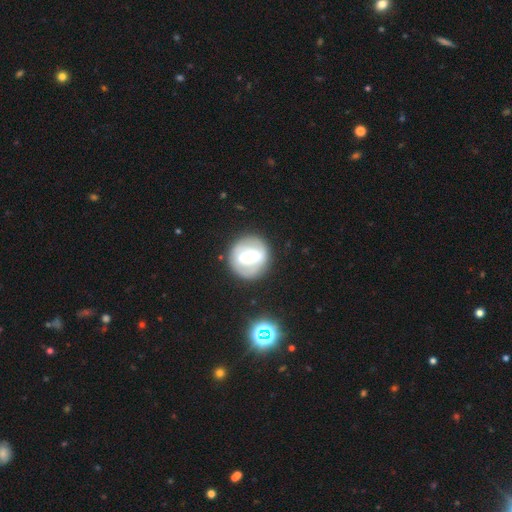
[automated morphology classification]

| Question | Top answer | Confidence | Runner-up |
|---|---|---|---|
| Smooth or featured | featured or disk | 52% | smooth (30%) |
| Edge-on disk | no | 79% | yes (21%) |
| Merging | none | 82% | minor disturbance (10%) |